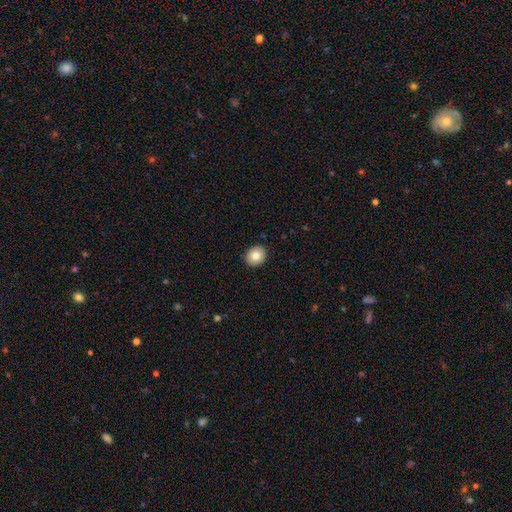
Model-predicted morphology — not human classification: Smooth or featured? smooth (80%)
How rounded? round (68%)
Merging? none (91%)